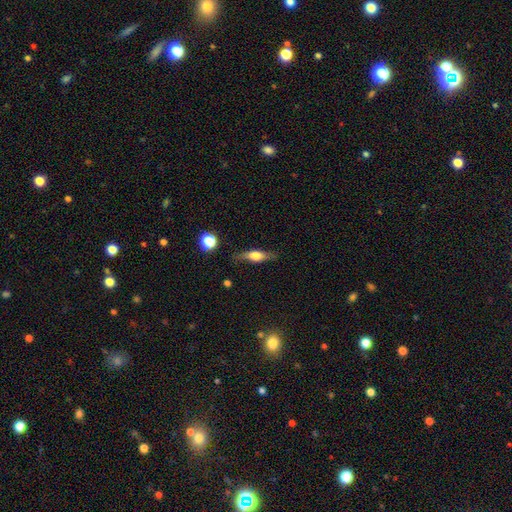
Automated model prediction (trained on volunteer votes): smooth_or_featured: featured or disk (p=0.50) [alt: smooth p=0.42]
disk_edge_on: yes (p=0.90) [alt: no p=0.10]
merging: none (p=0.78) [alt: minor disturbance p=0.15]